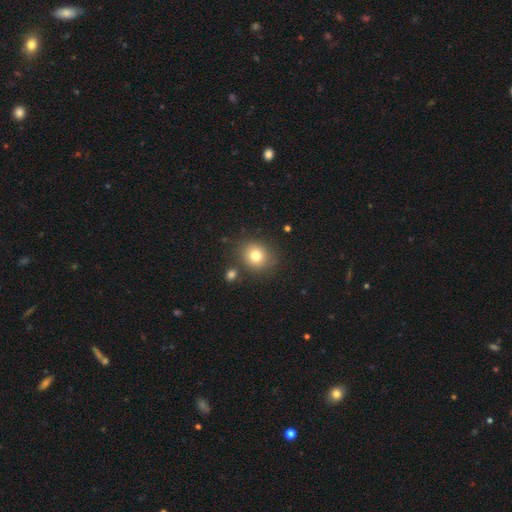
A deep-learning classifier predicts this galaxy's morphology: Smooth or featured? Predicted: smooth (p=0.79). How rounded? Predicted: round (p=0.74). Merging? Predicted: none (p=0.79).